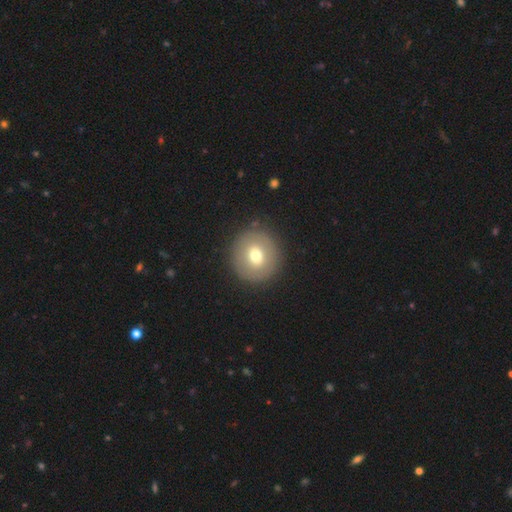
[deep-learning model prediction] This is likely a smooth galaxy (65%). How rounded: clearly round (91%). Merging: clearly none (89%).